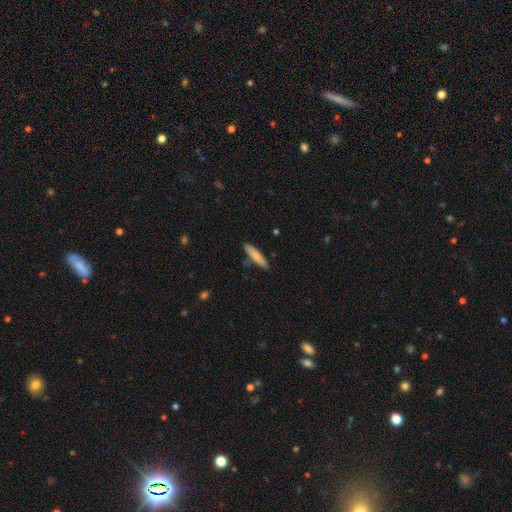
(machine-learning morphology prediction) This is clearly a smooth galaxy (81%). How rounded: clearly cigar-shaped (83%). Merging: clearly none (85%).